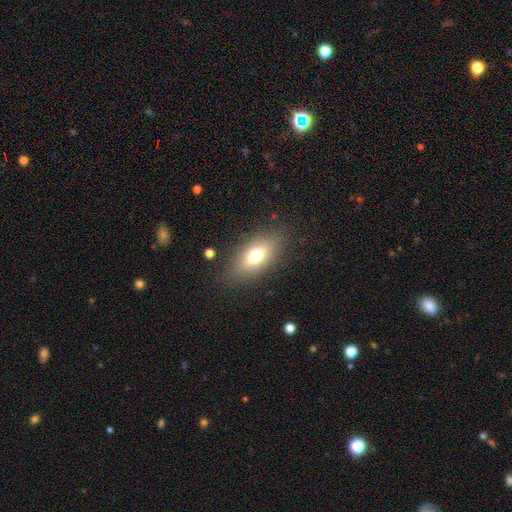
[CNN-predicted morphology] smooth 69%, featured or disk 22%, star or artifact 10%. Down the decision tree: how rounded — in between (82%); merging — none (82%).